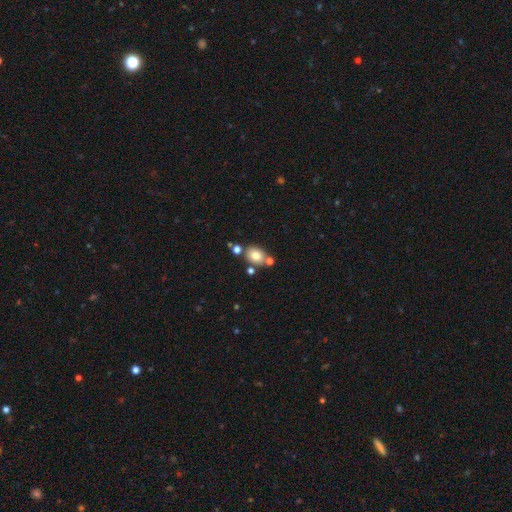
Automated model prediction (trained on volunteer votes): This appears to be a smooth galaxy with no disk features (76%) that is in between round and cigar-shaped (50%). Merging: none (67%).